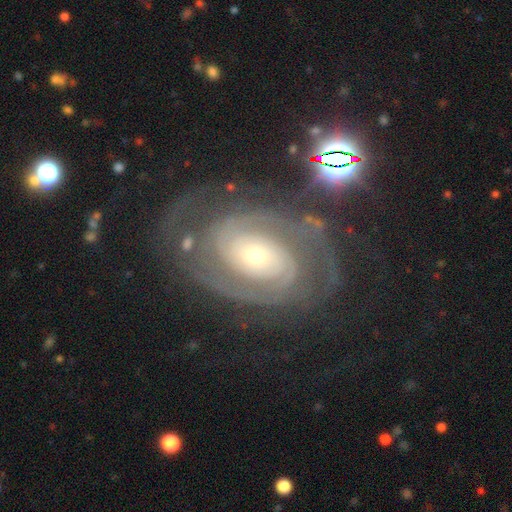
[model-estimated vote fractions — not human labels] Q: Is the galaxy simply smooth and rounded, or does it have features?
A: featured or disk — 88%.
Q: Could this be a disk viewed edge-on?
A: no — 97%.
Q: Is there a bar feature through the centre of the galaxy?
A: no — 72%.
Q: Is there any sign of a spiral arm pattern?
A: yes — 97%.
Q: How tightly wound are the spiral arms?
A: tight — 69%.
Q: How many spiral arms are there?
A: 2 — 59%.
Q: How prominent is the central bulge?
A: small — 58%.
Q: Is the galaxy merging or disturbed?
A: none — 71%.